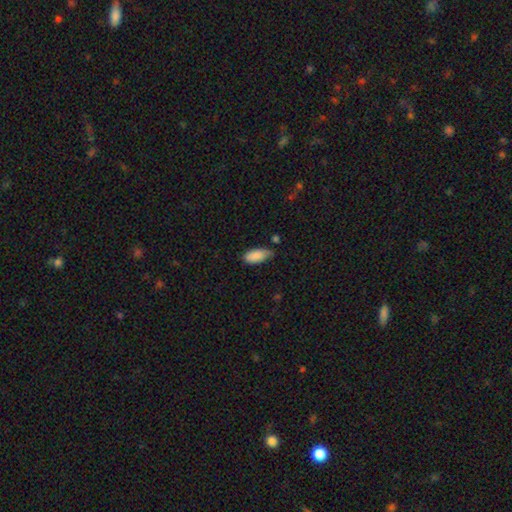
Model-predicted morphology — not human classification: Q: Smooth or featured?
A: smooth (87%); runner-up: star or artifact (7%)
Q: How rounded?
A: in between (89%); runner-up: cigar-shaped (9%)
Q: Merging?
A: none (53%); runner-up: minor disturbance (37%)